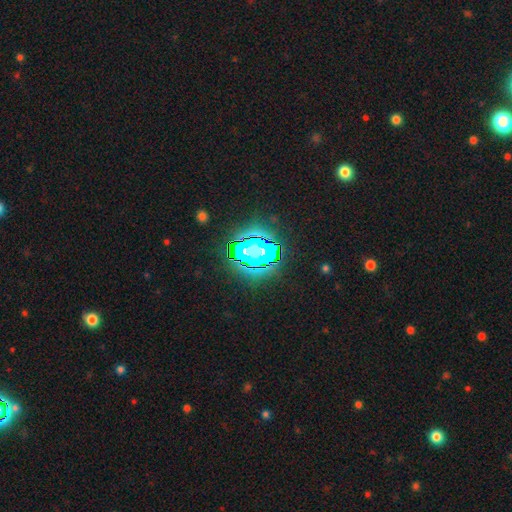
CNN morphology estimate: smooth-or-featured: star or artifact: 74% | smooth: 13% | featured or disk: 13%